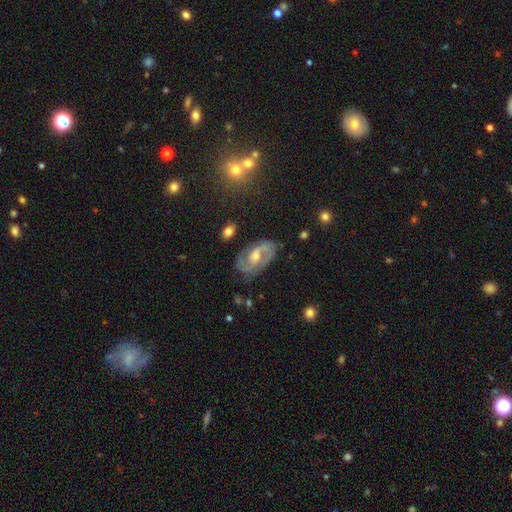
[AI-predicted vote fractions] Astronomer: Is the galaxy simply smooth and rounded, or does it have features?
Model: featured or disk — 82%.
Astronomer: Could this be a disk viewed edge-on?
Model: no — 96%.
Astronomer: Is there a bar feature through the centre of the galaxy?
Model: weak — 46% (runner-up: no, 42%).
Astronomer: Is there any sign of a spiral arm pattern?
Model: yes — 93%.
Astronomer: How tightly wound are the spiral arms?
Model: medium — 48% (runner-up: tight, 40%).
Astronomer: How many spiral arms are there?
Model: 2 — 78%.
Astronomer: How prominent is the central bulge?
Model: moderate — 61%.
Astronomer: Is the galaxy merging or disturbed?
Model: none — 75%.